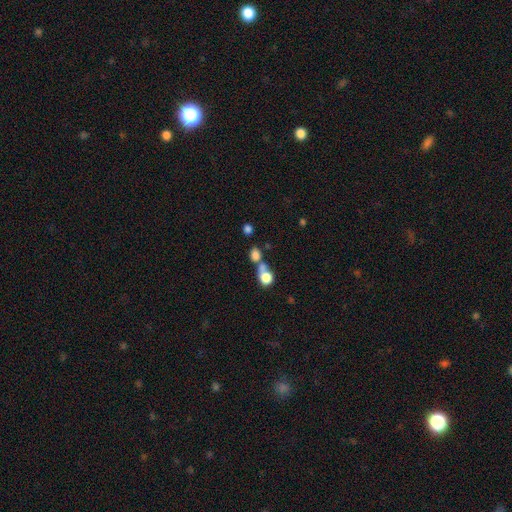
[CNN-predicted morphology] Smooth or featured? smooth (78%)
How rounded? round (50%)
Merging? merger (53%)